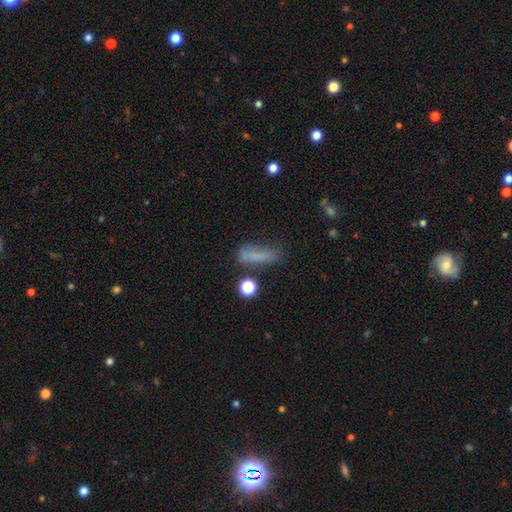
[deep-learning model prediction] Overall: smooth (71%). How rounded: cigar-shaped (60%; in between 34%). Merging: none (54%; minor disturbance 24%).